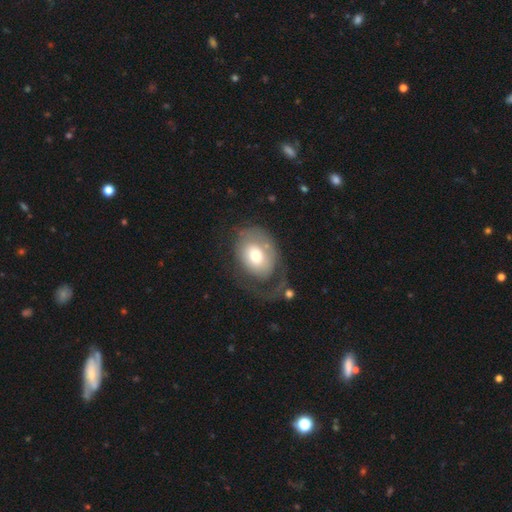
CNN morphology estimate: Smooth or featured: smooth — 51% (featured or disk — 42%)
How rounded: in between — 70% (round — 29%)
Merging: major disturbance — 39% (none — 38%)